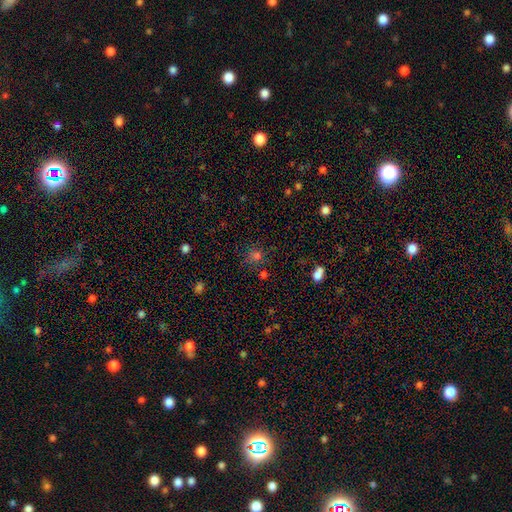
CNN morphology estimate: Smooth or featured? smooth (62%)
How rounded? round (86%)
Merging? none (79%)